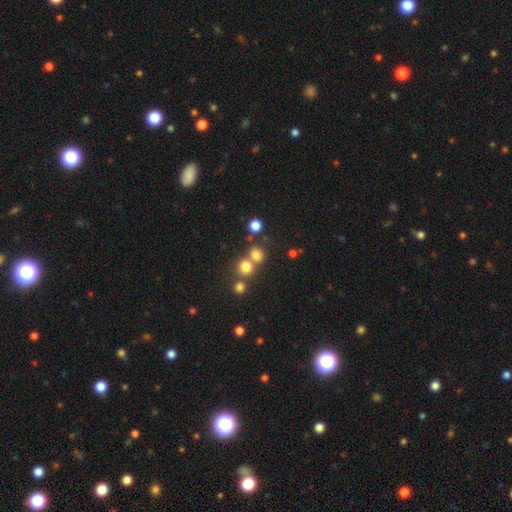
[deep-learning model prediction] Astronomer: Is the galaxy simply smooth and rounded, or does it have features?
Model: smooth — 69%.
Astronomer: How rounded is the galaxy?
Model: round — 81%.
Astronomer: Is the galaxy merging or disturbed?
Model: none — 55% (runner-up: merger, 34%).